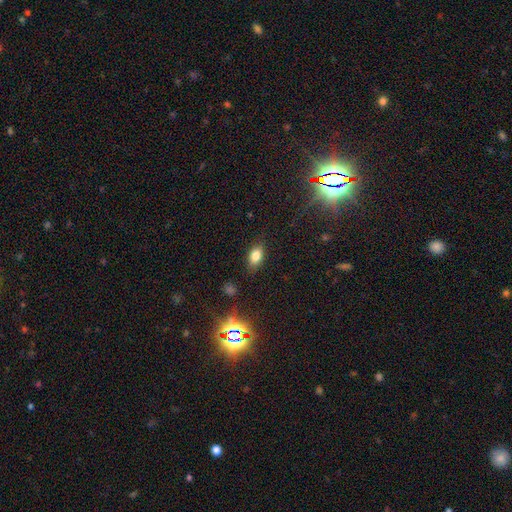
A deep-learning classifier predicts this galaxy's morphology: Smooth or featured? Predicted: smooth (p=0.79). How rounded? Predicted: in between (p=0.84). Merging? Predicted: none (p=0.82).